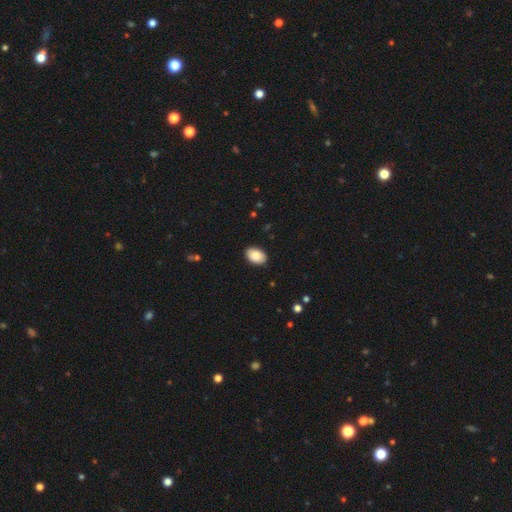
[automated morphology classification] smooth_or_featured: smooth (p=0.88) [alt: star or artifact p=0.06]
how_rounded: in between (p=0.89) [alt: round p=0.10]
merging: none (p=0.88) [alt: minor disturbance p=0.09]